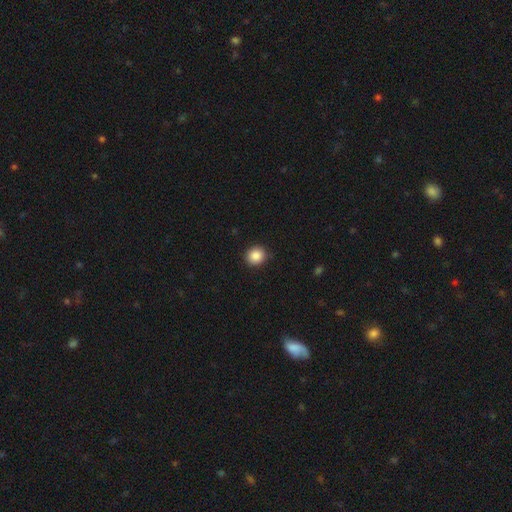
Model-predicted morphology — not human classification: A smooth galaxy with no disk features (88%) that is round (85%).

Vote fractions:
- Smooth or featured? smooth: 88% / star or artifact: 9% / featured or disk: 3%
- How rounded? round: 85% / in between: 14% / cigar-shaped: 1%
- Merging? none: 90% / minor disturbance: 7% / major disturbance: 2% / merger: 1%